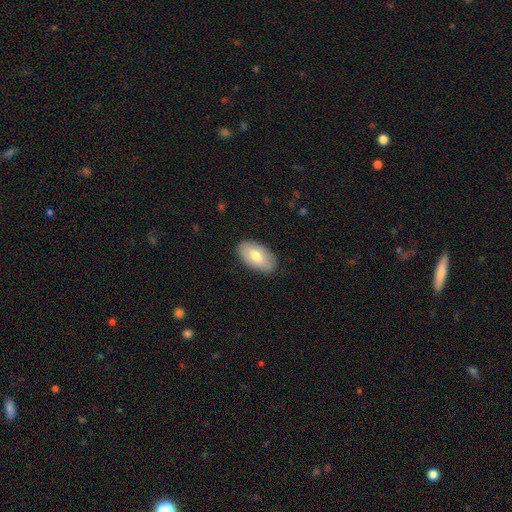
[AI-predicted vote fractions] A smooth galaxy with no disk features (70%) that is in between round and cigar-shaped (94%). Merging: none (85%).